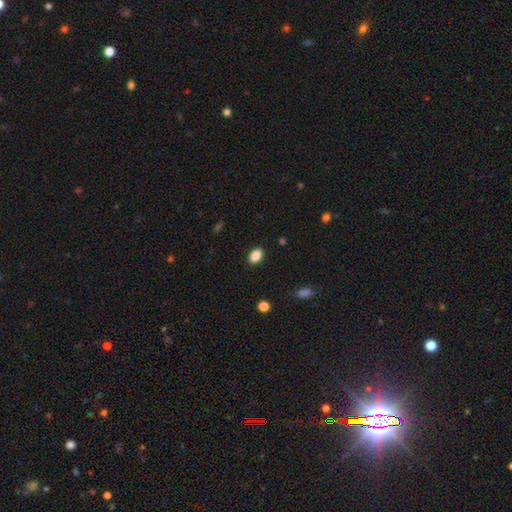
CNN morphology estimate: Smooth or featured? smooth (88%)
How rounded? in between (85%)
Merging? none (88%)